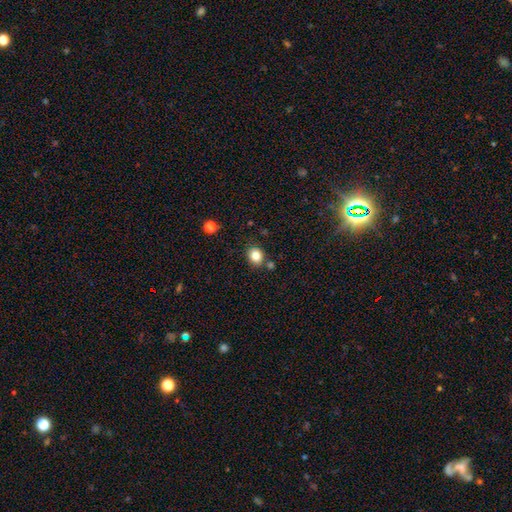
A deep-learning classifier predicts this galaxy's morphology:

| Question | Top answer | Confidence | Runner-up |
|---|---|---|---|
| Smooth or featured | smooth | 83% | star or artifact (11%) |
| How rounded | round | 70% | in between (30%) |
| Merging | none | 82% | minor disturbance (10%) |